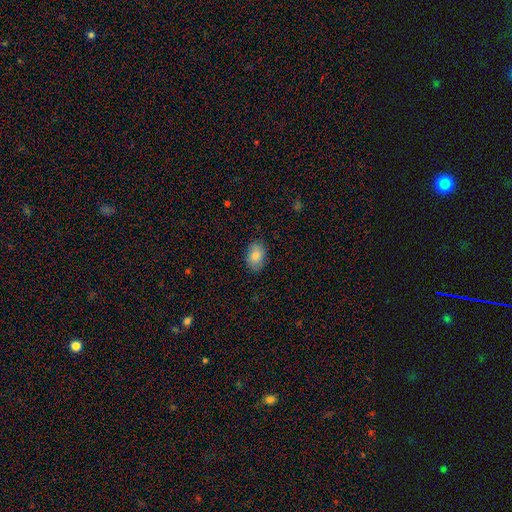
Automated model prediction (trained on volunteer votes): smooth_or_featured: smooth (p=0.83) [alt: featured or disk p=0.10]
how_rounded: in between (p=0.86) [alt: round p=0.13]
merging: none (p=0.85) [alt: minor disturbance p=0.12]